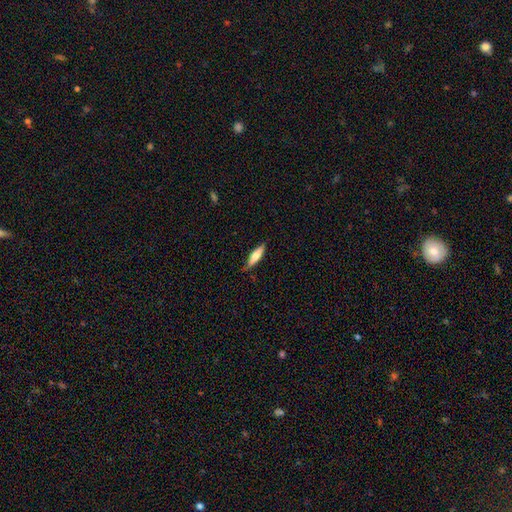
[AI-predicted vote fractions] Morphology: type=smooth (62%); roundness=cigar-shaped (71%); merging=none (79%).